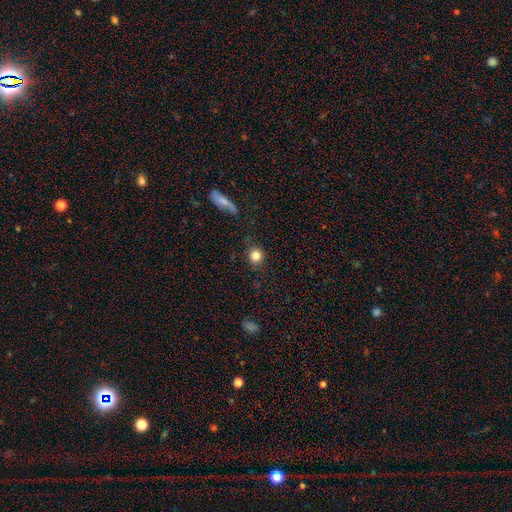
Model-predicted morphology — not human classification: Q: Smooth or featured?
A: smooth (84%); runner-up: star or artifact (10%)
Q: How rounded?
A: round (88%); runner-up: in between (11%)
Q: Merging?
A: none (85%); runner-up: minor disturbance (10%)